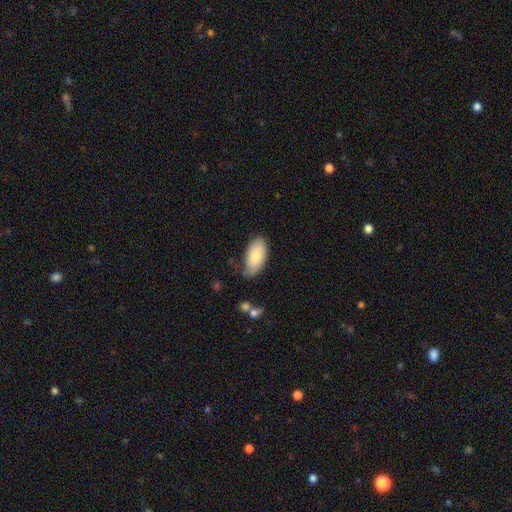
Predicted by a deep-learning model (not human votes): smooth_or_featured: smooth (p=0.81) [alt: featured or disk p=0.13]
how_rounded: in between (p=0.95) [alt: cigar-shaped p=0.03]
merging: none (p=0.68) [alt: minor disturbance p=0.25]